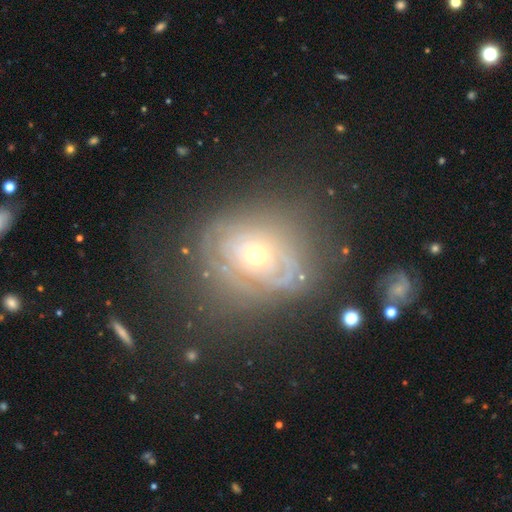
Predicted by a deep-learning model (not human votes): smooth_or_featured: featured or disk (p=0.69) [alt: smooth p=0.18]
disk_edge_on: no (p=0.93) [alt: yes p=0.07]
bar: no (p=0.84) [alt: weak p=0.11]
has_spiral_arms: yes (p=0.67) [alt: no p=0.33]
bulge_size: small (p=0.49) [alt: moderate p=0.45]
merging: none (p=0.62) [alt: minor disturbance p=0.19]